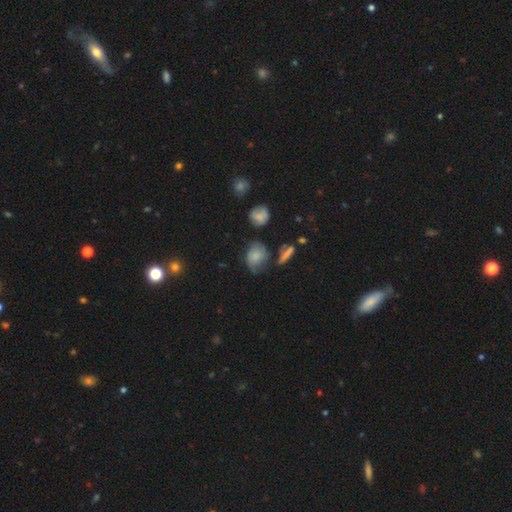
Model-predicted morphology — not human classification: This appears to be a smooth galaxy with no disk features (63%) that is in between round and cigar-shaped (56%). Merging: none (46%).